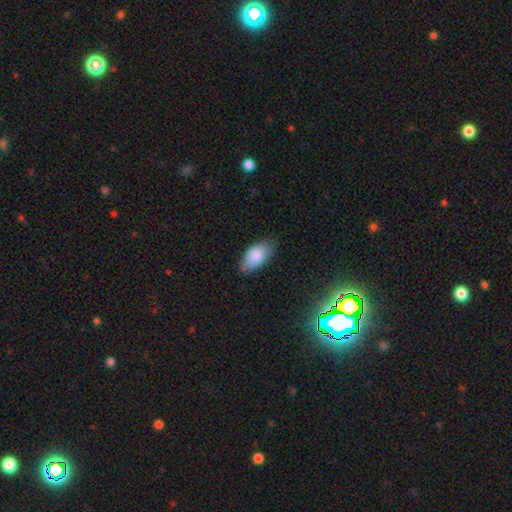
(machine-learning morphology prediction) Overall: smooth (86%). How rounded: in between (93%). Merging: none (74%).